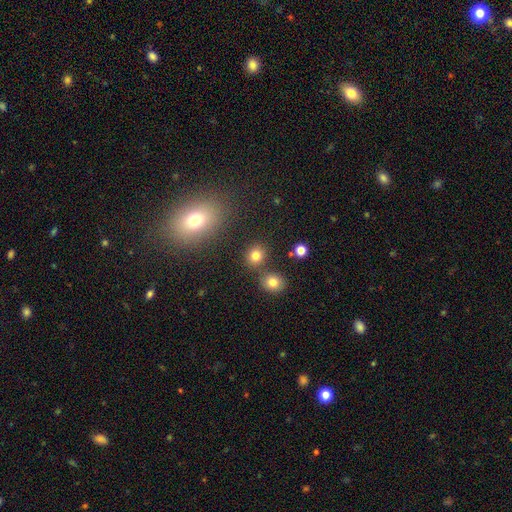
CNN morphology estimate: A smooth galaxy with no disk features (80%) that is round (78%). Merging: none (78%).